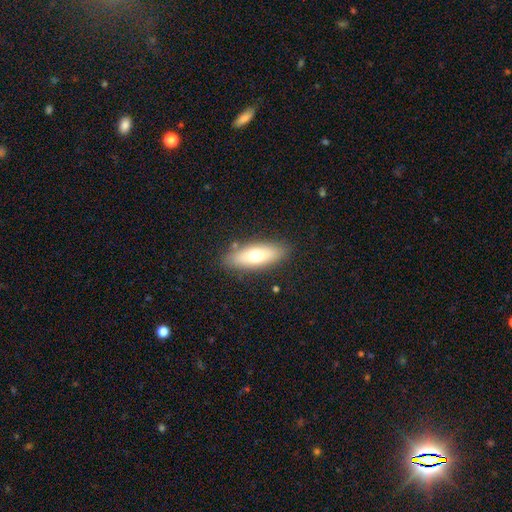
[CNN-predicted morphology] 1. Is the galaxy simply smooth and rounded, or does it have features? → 66% smooth, 27% featured or disk, 7% star or artifact.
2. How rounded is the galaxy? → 70% in between, 27% cigar-shaped, 3% round.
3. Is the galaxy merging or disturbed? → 85% none, 11% minor disturbance, 3% major disturbance, 2% merger.